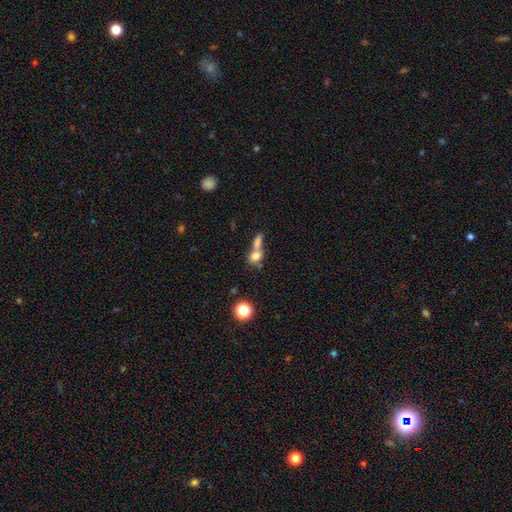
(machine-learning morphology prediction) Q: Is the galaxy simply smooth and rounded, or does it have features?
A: smooth — 71%.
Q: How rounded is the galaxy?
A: in between — 52%.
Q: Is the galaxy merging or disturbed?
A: merger — 62%.